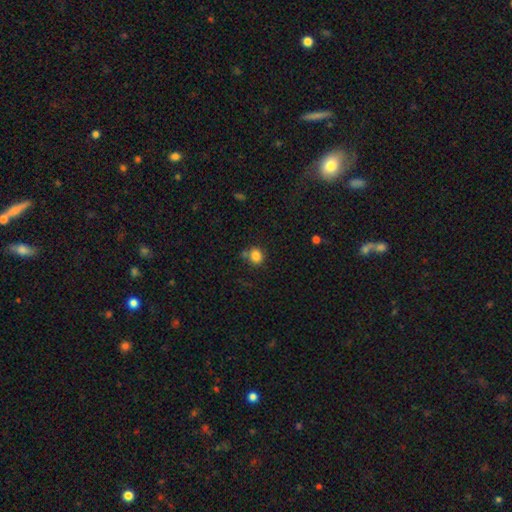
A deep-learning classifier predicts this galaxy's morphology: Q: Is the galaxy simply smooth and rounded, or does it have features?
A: smooth — 84%.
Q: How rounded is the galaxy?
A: round — 77%.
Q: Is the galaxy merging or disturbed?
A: none — 66%.